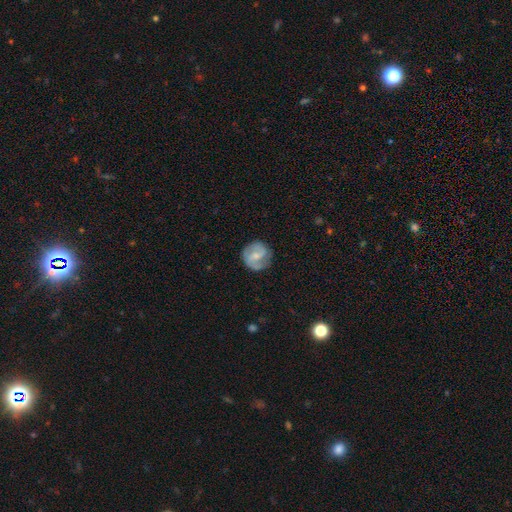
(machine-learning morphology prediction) smooth_or_featured: featured or disk (p=0.60) [alt: smooth p=0.34]
disk_edge_on: no (p=0.97) [alt: yes p=0.03]
bar: weak (p=0.49) [alt: no p=0.33]
has_spiral_arms: yes (p=0.85) [alt: no p=0.15]
bulge_size: small (p=0.51) [alt: moderate p=0.40]
merging: none (p=0.77) [alt: minor disturbance p=0.16]